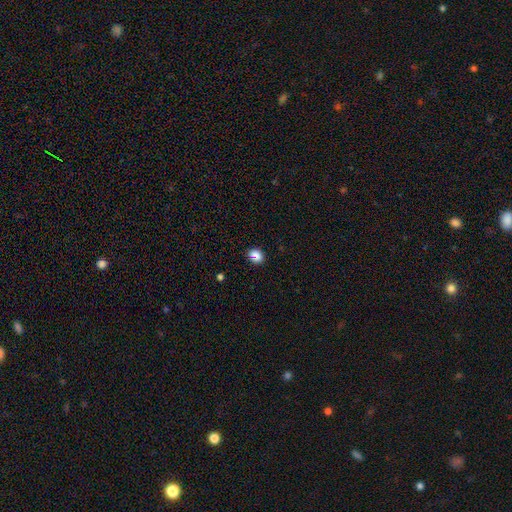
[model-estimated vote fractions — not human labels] This is likely a smooth galaxy (76%). How rounded: possibly round (60%). Merging: likely none (75%).